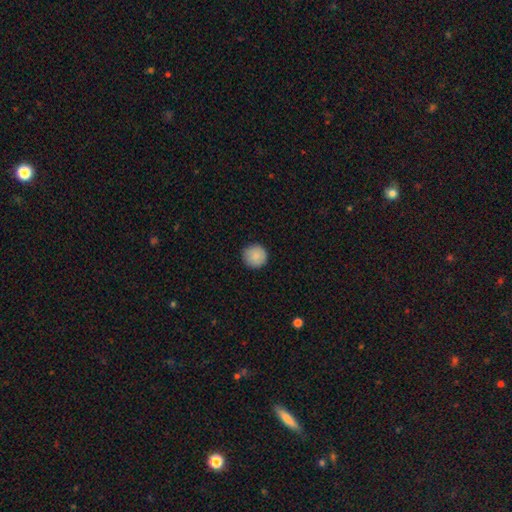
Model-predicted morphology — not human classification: Smooth or featured? smooth (88%)
How rounded? round (95%)
Merging? none (91%)